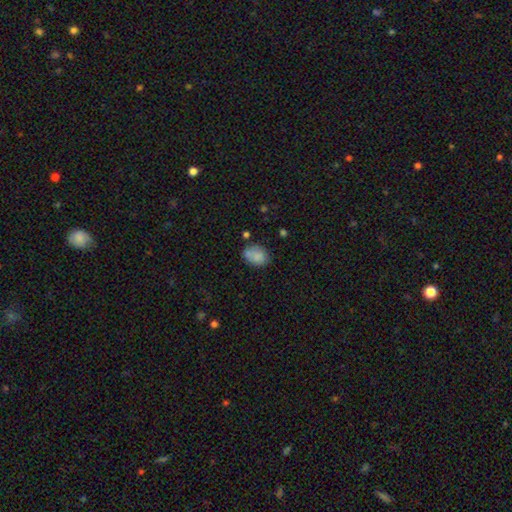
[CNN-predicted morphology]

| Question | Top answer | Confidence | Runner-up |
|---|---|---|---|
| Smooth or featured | smooth | 80% | featured or disk (11%) |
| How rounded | in between | 67% | round (32%) |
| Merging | none | 60% | minor disturbance (21%) |